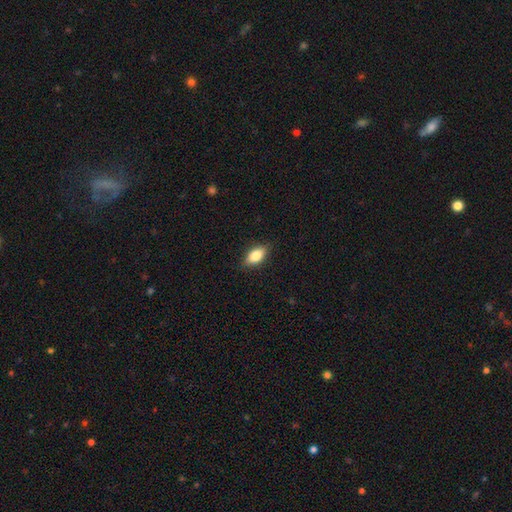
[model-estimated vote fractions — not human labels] This is clearly a smooth galaxy (83%). How rounded: clearly in between (89%). Merging: clearly none (86%).